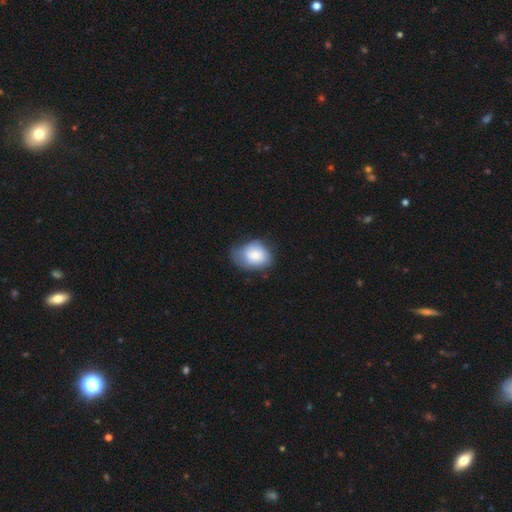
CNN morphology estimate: smooth_or_featured: smooth (p=0.76) [alt: featured or disk p=0.17]
how_rounded: in between (p=0.67) [alt: round p=0.32]
merging: none (p=0.43) [alt: minor disturbance p=0.40]